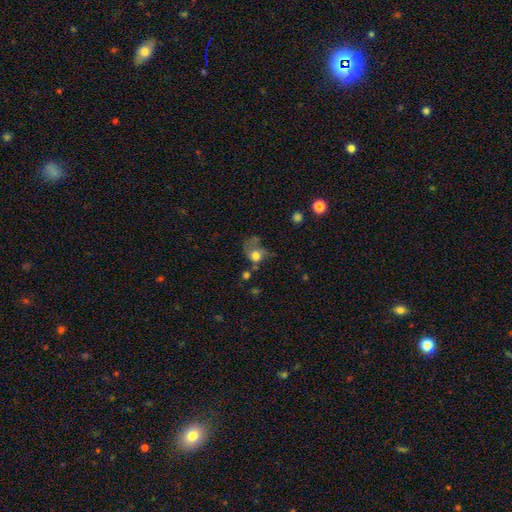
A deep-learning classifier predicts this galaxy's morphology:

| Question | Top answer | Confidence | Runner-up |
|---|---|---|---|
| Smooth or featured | smooth | 65% | featured or disk (23%) |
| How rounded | round | 53% | in between (45%) |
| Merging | major disturbance | 41% | none (24%) |